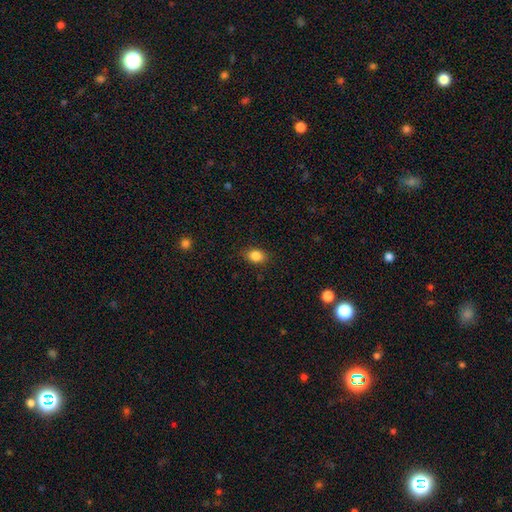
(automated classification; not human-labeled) This appears to be a smooth galaxy with no disk features (85%) that is in between round and cigar-shaped (71%). Merging: none (87%).